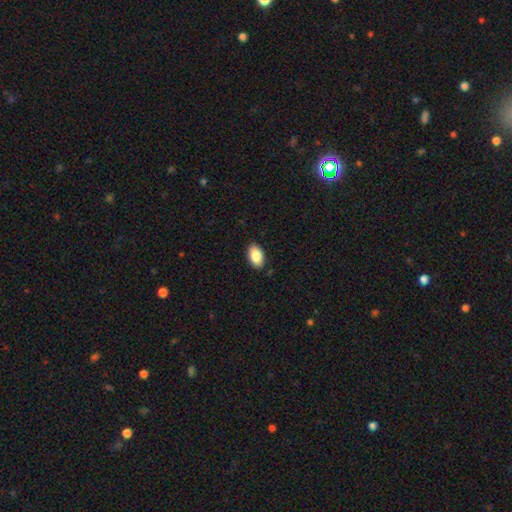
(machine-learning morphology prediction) smooth 87%, star or artifact 7%, featured or disk 6%. Down the decision tree: how rounded — in between (93%); merging — none (87%).